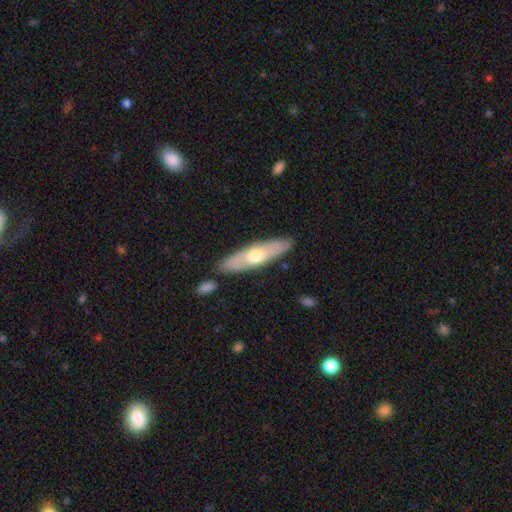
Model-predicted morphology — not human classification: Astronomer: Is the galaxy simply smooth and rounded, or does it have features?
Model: featured or disk — 50% (runner-up: smooth, 45%).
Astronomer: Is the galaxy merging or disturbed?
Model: none — 85%.